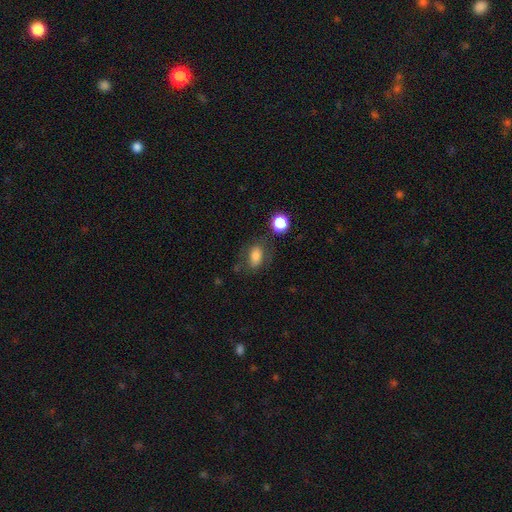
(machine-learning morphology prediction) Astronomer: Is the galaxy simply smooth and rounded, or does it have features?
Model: smooth — 76%.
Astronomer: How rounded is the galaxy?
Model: in between — 82%.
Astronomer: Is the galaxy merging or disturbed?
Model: none — 66%.